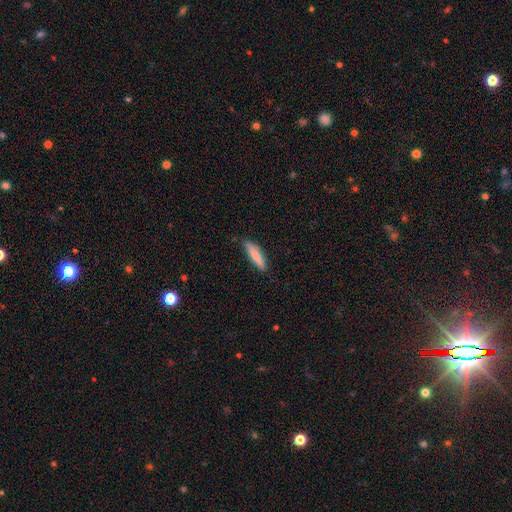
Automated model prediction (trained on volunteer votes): Overall: smooth (79%). How rounded: cigar-shaped (80%). Merging: none (84%).